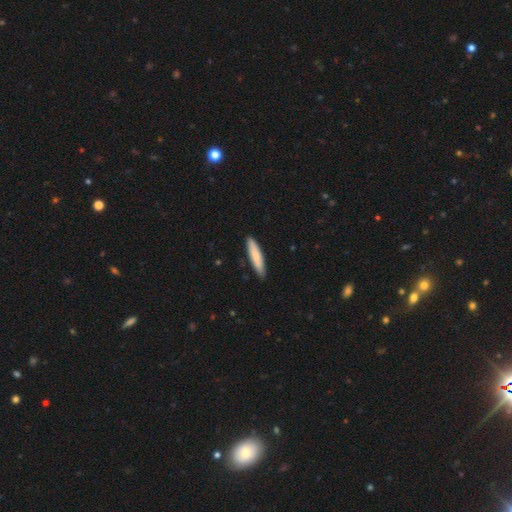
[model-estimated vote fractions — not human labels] Q: Smooth or featured?
A: smooth (81%); runner-up: featured or disk (14%)
Q: How rounded?
A: cigar-shaped (82%); runner-up: in between (17%)
Q: Merging?
A: none (89%); runner-up: minor disturbance (9%)